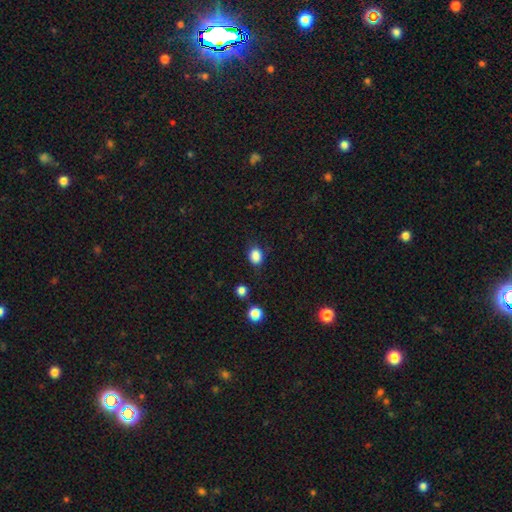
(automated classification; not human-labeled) The model was most divided on "how rounded": in between: 57%, round: 41%, cigar-shaped: 1%. More confident: smooth or featured — smooth (86%); merging — none (75%).